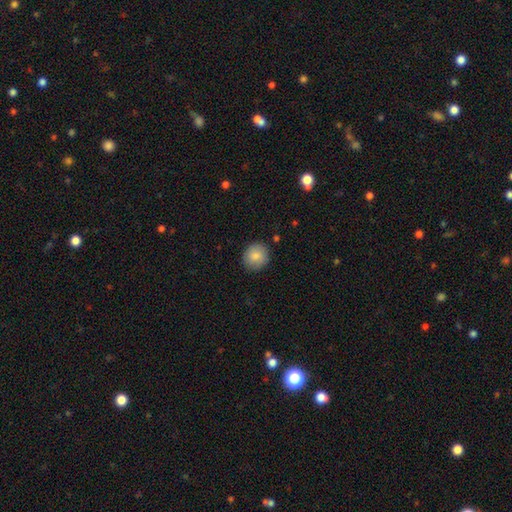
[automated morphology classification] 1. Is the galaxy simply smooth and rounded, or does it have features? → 85% smooth, 8% featured or disk, 7% star or artifact.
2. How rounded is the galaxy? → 84% round, 15% in between, 1% cigar-shaped.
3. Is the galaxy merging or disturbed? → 88% none, 9% minor disturbance, 2% major disturbance, 1% merger.